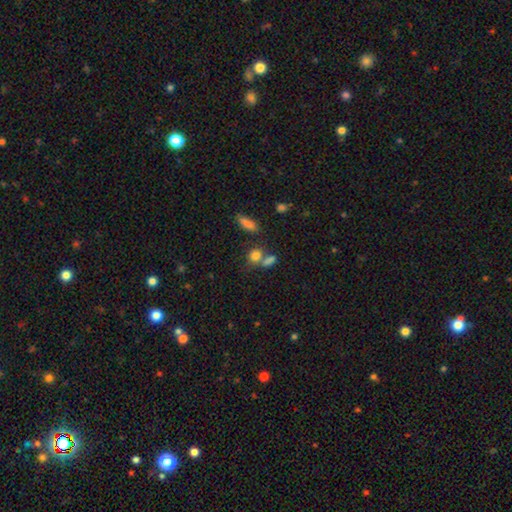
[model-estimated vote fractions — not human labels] Morphology: type=smooth (79%); roundness=round (58%); merging=none (52%).